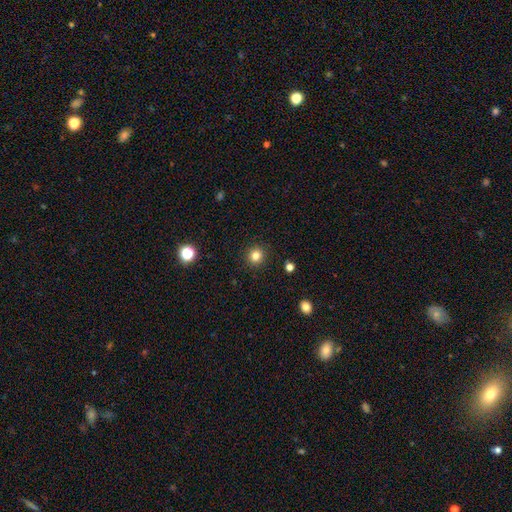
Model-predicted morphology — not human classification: A smooth galaxy with no disk features (82%) that is round (91%). Merging: none (92%).